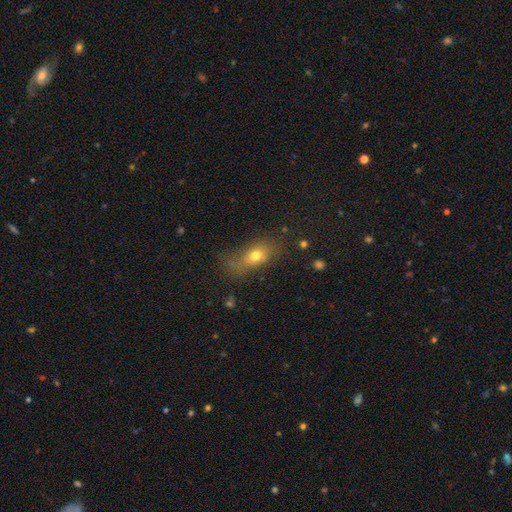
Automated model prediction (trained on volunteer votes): smooth-or-featured: smooth: 69% | featured or disk: 17% | star or artifact: 14%
  how-rounded: in between: 72% | round: 20% | cigar-shaped: 9%
  merging: none: 50% | minor disturbance: 26% | major disturbance: 20% | merger: 4%